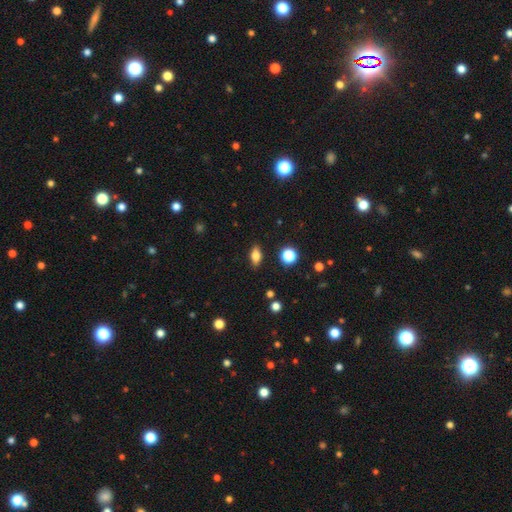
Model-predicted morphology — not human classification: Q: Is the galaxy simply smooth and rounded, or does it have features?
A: smooth — 76%.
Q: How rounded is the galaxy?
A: in between — 81%.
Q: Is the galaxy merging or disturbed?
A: none — 87%.